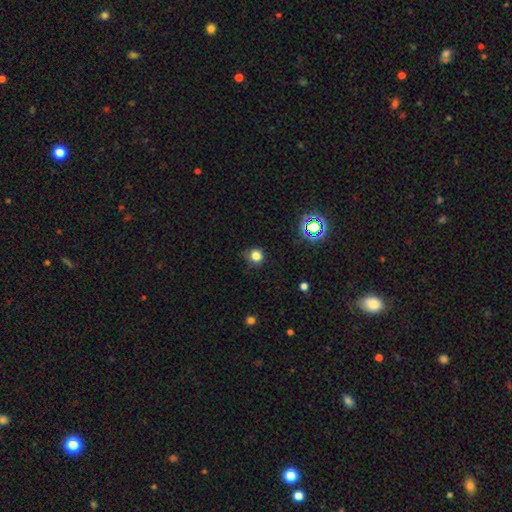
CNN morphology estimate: type=smooth (79%); roundness=round (89%); merging=none (76%).